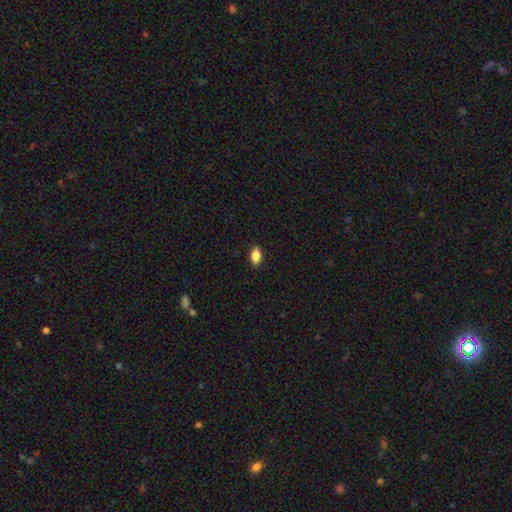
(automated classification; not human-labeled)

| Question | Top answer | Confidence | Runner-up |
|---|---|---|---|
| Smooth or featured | smooth | 87% | star or artifact (8%) |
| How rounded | in between | 89% | round (8%) |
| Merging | none | 87% | minor disturbance (10%) |